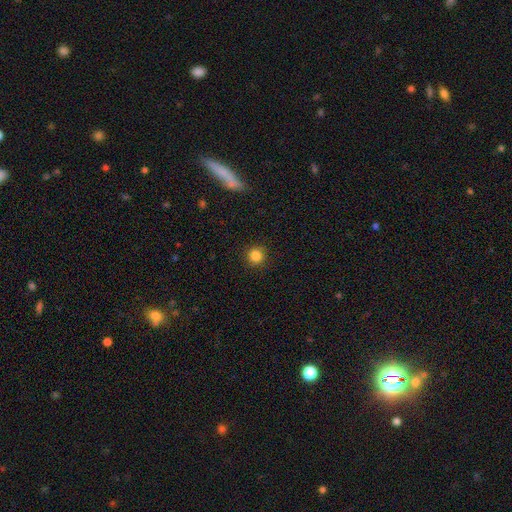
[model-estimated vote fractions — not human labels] Overall: smooth (84%). How rounded: round (95%). Merging: none (92%).